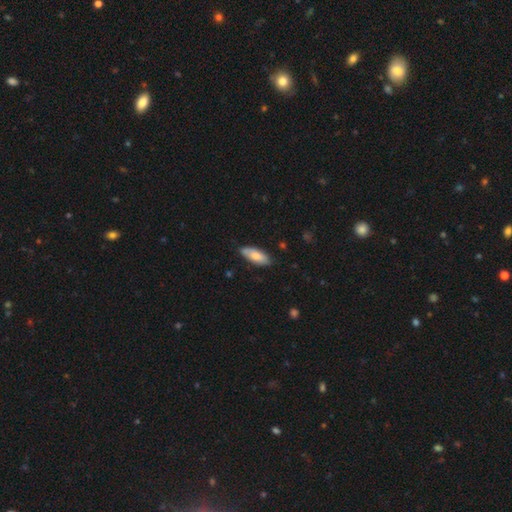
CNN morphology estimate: smooth_or_featured: smooth (p=0.74) [alt: featured or disk p=0.21]
how_rounded: in between (p=0.75) [alt: cigar-shaped p=0.23]
merging: none (p=0.79) [alt: minor disturbance p=0.17]